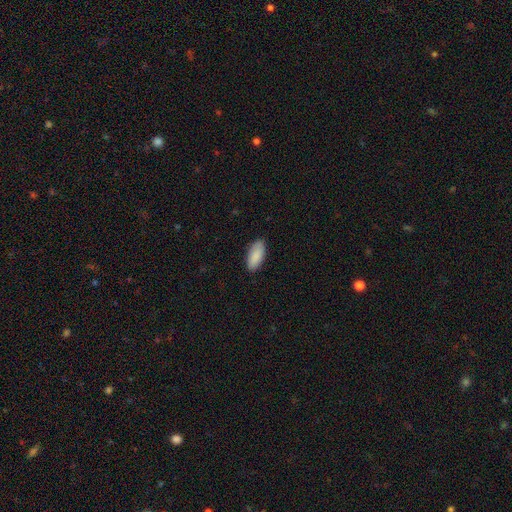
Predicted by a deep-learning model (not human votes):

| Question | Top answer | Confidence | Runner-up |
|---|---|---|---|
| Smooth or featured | smooth | 90% | star or artifact (6%) |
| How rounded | in between | 87% | cigar-shaped (11%) |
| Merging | none | 87% | minor disturbance (10%) |